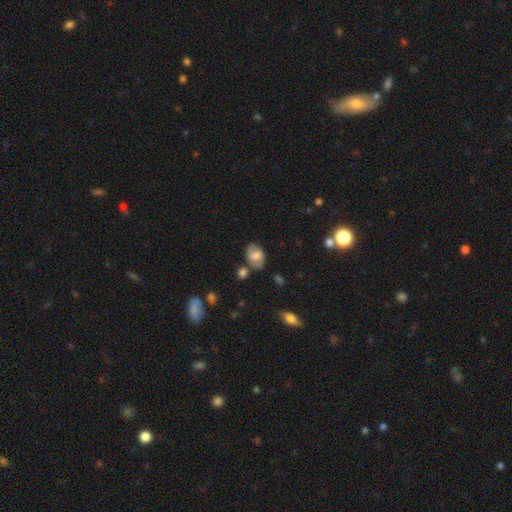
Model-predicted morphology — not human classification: smooth-or-featured: smooth: 57% | featured or disk: 35% | star or artifact: 8%
  how-rounded: in between: 85% | round: 13% | cigar-shaped: 1%
  merging: none: 65% | minor disturbance: 20% | merger: 9% | major disturbance: 6%